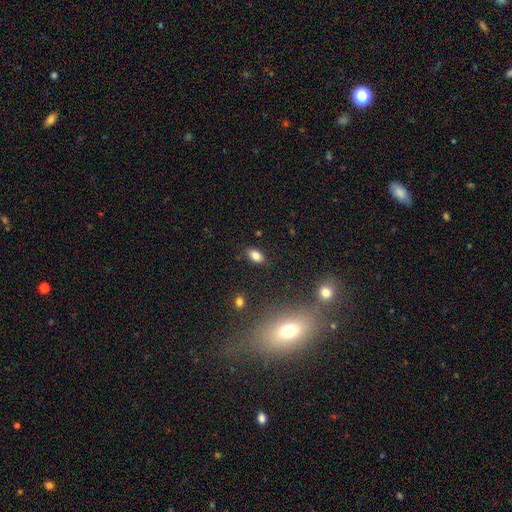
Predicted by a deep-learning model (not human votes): Morphology: type=smooth (82%); roundness=in between (88%); merging=none (85%).